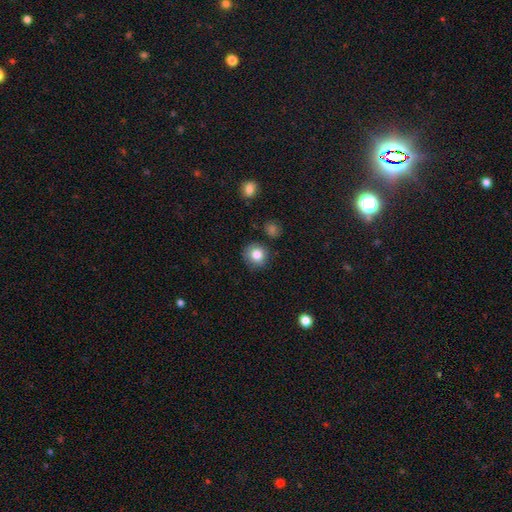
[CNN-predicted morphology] smooth_or_featured: smooth (p=0.82) [alt: star or artifact p=0.10]
how_rounded: round (p=0.89) [alt: in between p=0.10]
merging: none (p=0.85) [alt: minor disturbance p=0.10]